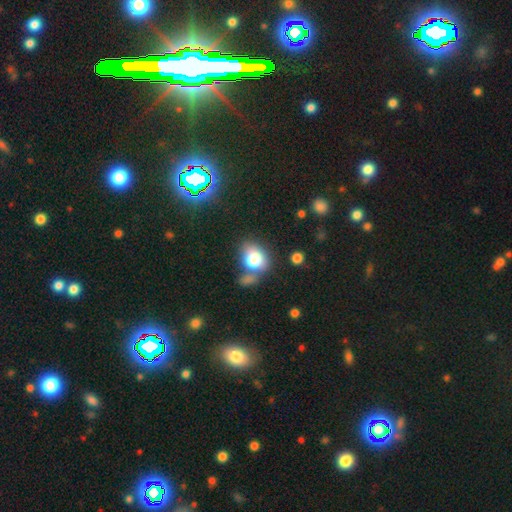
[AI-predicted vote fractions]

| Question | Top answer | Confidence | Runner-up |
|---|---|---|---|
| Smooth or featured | smooth | 74% | featured or disk (15%) |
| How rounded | in between | 62% | round (37%) |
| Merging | none | 45% | merger (26%) |